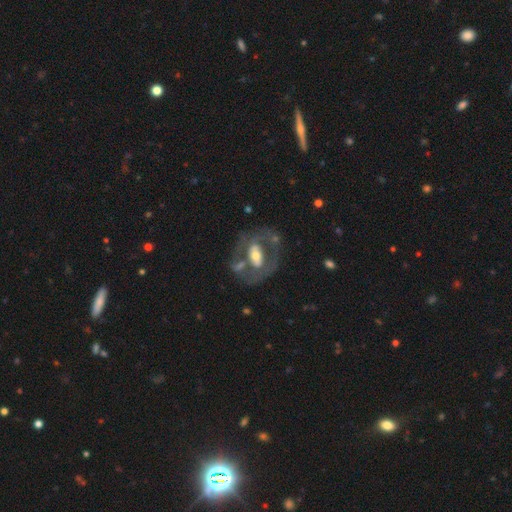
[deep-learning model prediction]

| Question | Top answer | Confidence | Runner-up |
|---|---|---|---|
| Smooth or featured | featured or disk | 69% | smooth (25%) |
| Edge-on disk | no | 93% | yes (7%) |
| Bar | no | 46% | weak (28%) |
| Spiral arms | no | 65% | yes (35%) |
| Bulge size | moderate | 60% | small (21%) |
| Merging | none | 47% | major disturbance (18%) |